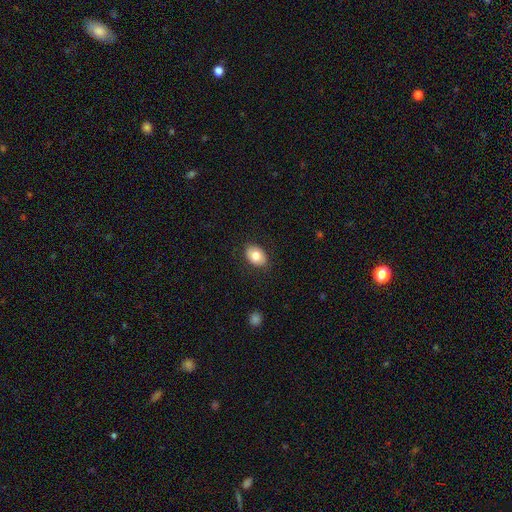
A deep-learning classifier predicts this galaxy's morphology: Smooth or featured?
  - smooth: 80% *
  - featured or disk: 12%
  - star or artifact: 8%
How rounded?
  - in between: 80% *
  - round: 19%
  - cigar-shaped: 1%
Merging?
  - none: 86% *
  - minor disturbance: 10%
  - major disturbance: 3%
  - merger: 1%